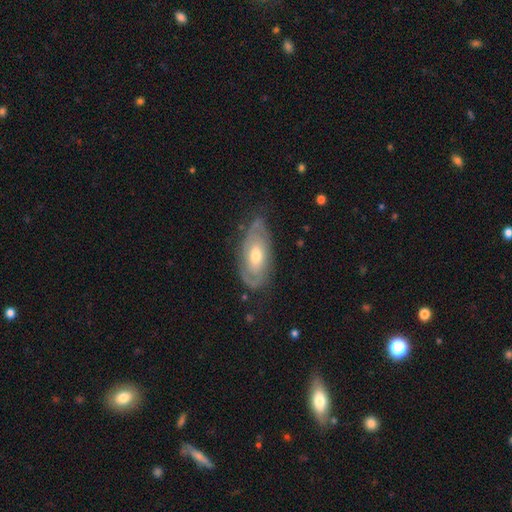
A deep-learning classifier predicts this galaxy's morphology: The model was most divided on "spiral arm count": 2: 44%, can't tell: 39%, 1: 8%, 3: 5%, 4: 2%, more than 4: 2%. More confident: edge-on disk — no (89%); spiral arms — yes (81%); smooth or featured — featured or disk (73%); bar — no (71%); bulge size — moderate (70%); merging — none (70%); spiral winding — tight (62%).